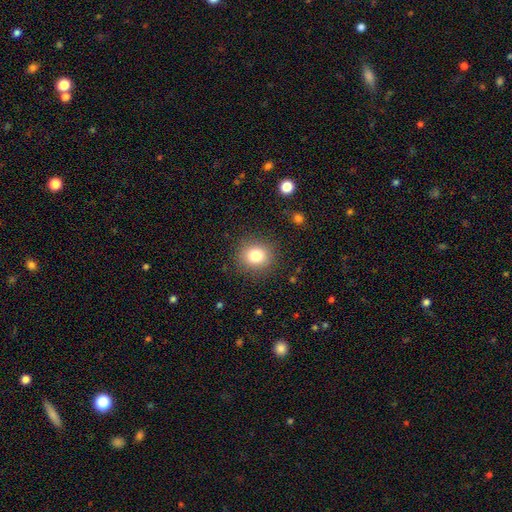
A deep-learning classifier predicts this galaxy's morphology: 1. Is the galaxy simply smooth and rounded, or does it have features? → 81% smooth, 12% star or artifact, 8% featured or disk.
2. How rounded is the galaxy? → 83% round, 16% in between, 1% cigar-shaped.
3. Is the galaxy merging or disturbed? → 87% none, 8% minor disturbance, 3% major disturbance, 1% merger.